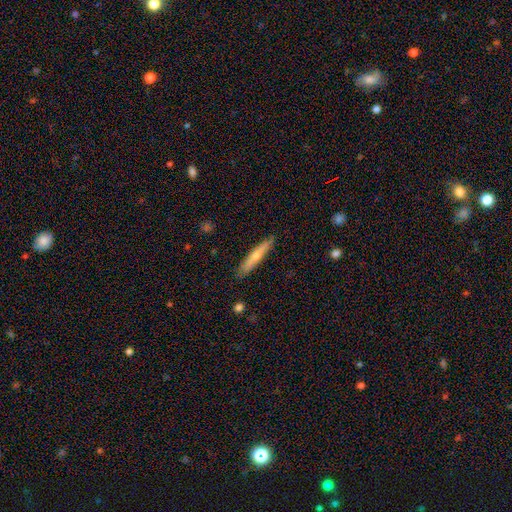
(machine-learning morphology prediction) This appears to be a smooth galaxy with no disk features (49%). Merging: none (89%).